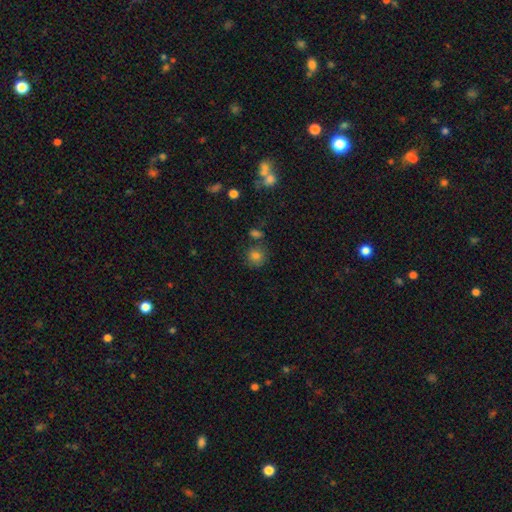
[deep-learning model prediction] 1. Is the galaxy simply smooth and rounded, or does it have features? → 79% smooth, 14% star or artifact, 7% featured or disk.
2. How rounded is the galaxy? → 87% round, 12% in between, 1% cigar-shaped.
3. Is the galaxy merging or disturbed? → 74% none, 11% minor disturbance, 11% merger, 4% major disturbance.